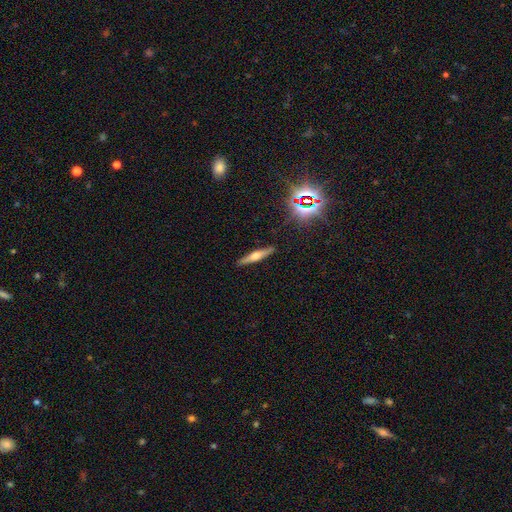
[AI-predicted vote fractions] Smooth or featured?
  - featured or disk: 53% *
  - smooth: 37%
  - star or artifact: 11%
Edge-on disk?
  - yes: 95% *
  - no: 5%
Edge-on bulge?
  - rounded: 86% *
  - boxy: 7%
  - none: 6%
Merging?
  - none: 89% *
  - minor disturbance: 8%
  - major disturbance: 2%
  - merger: 1%